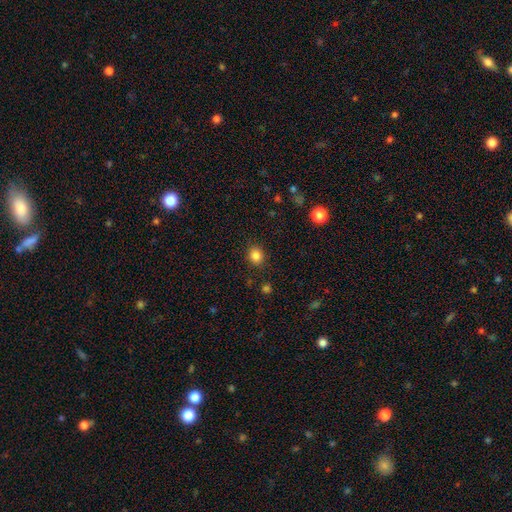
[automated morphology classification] A smooth galaxy with no disk features (85%) that is round (76%). Merging: none (88%).